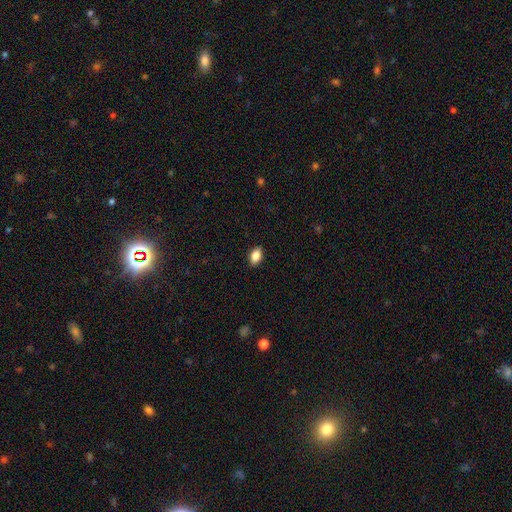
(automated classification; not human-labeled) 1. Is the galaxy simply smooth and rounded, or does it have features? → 84% smooth, 8% star or artifact, 8% featured or disk.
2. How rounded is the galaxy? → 89% in between, 8% round, 3% cigar-shaped.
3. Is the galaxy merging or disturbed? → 89% none, 8% minor disturbance, 2% major disturbance, 1% merger.